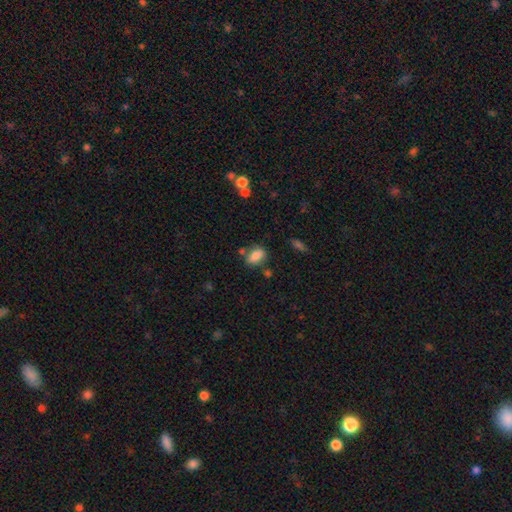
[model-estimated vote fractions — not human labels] A smooth galaxy with no disk features (81%) that is in between round and cigar-shaped (83%). Merging: none (67%).